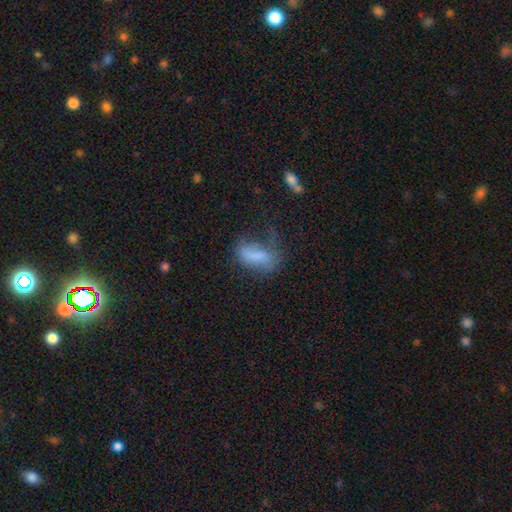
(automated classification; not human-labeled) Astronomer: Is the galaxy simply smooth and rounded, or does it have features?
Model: smooth — 66%.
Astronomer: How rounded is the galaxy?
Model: in between — 82%.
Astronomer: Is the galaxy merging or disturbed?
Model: major disturbance — 36% (runner-up: none, 31%).